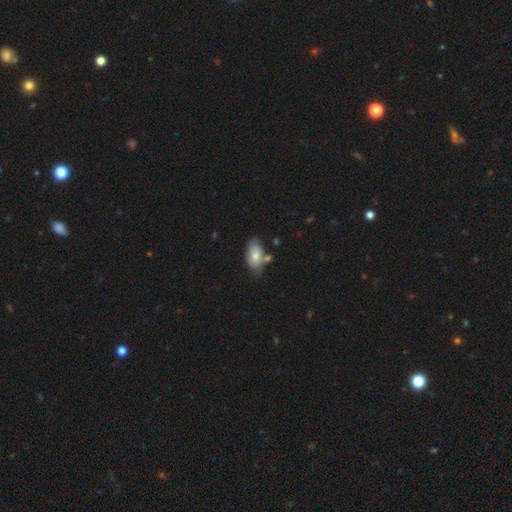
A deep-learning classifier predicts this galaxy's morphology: Overall: smooth (71%). How rounded: in between (92%). Merging: none (51%; minor disturbance 28%).